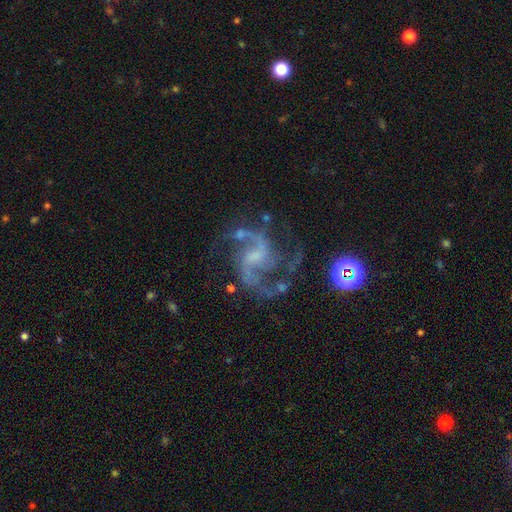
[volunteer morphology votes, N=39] Smooth or featured: featured or disk — 97% (star or artifact — 3%)
Edge-on disk: no — 97% (yes — 3%)
Bar: weak — 57% (no — 32%)
Spiral arms: yes — 97% (no — 3%)
Spiral winding: medium — 64% (tight — 19%)
Spiral arm count: 2 — 39% (tied with 3 — 39%)
Bulge size: small — 65% (none — 19%)
Merging: none — 63% (minor disturbance — 24%)